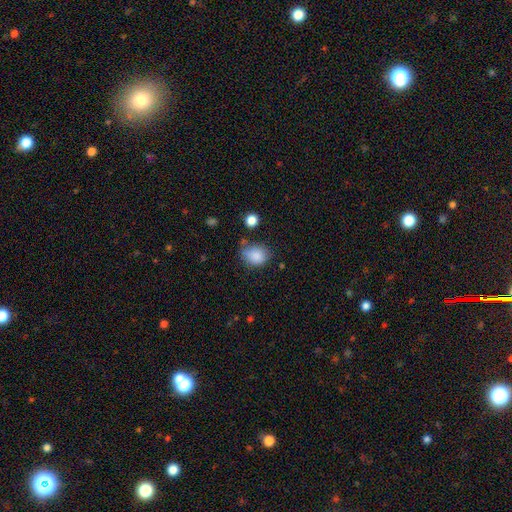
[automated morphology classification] smooth_or_featured: smooth (p=0.85) [alt: star or artifact p=0.09]
how_rounded: in between (p=0.50) [alt: round p=0.49]
merging: none (p=0.52) [alt: minor disturbance p=0.31]